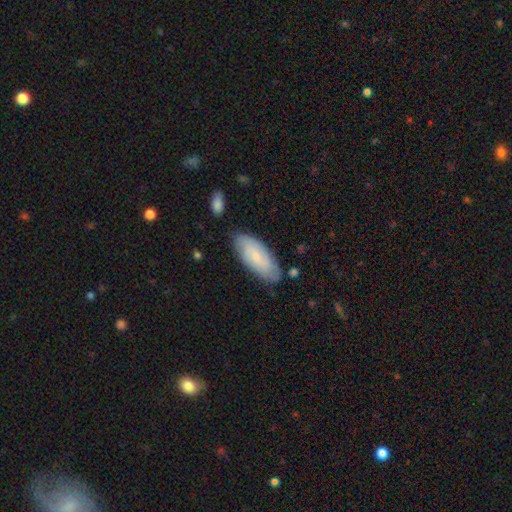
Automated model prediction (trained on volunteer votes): smooth-or-featured: smooth: 53% | featured or disk: 40% | star or artifact: 7%
  how-rounded: in between: 80% | cigar-shaped: 18% | round: 2%
  merging: none: 78% | minor disturbance: 17% | major disturbance: 3% | merger: 2%